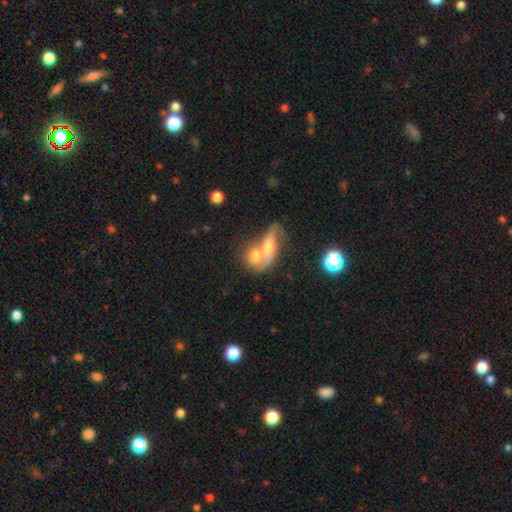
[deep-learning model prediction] Smooth or featured? smooth (52%)
How rounded? in between (50%)
Merging? merger (67%)